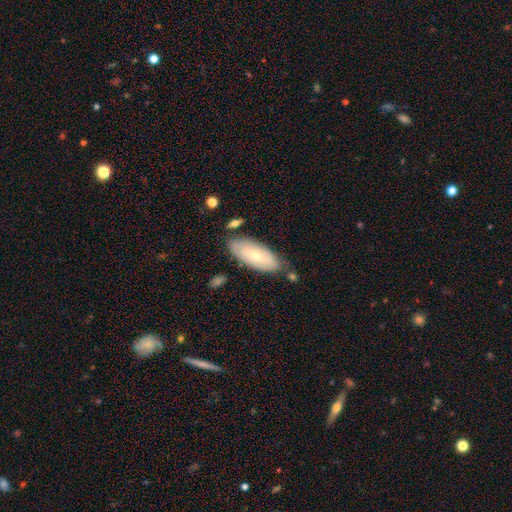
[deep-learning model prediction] Smooth or featured: smooth — 64% (featured or disk — 30%)
How rounded: in between — 86% (cigar-shaped — 12%)
Merging: none — 73% (minor disturbance — 19%)